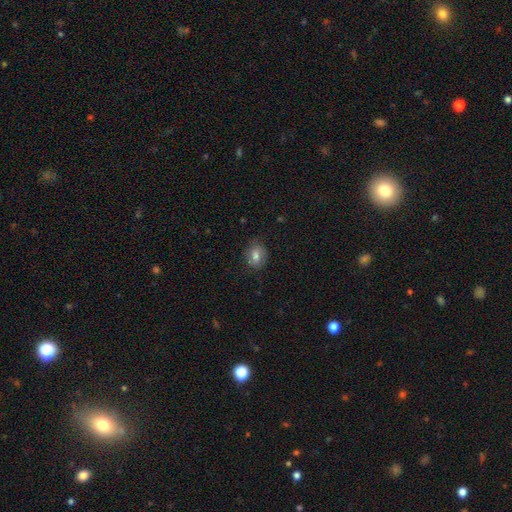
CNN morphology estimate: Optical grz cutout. It shows a smooth galaxy with no disk features (74%) that is in between round and cigar-shaped (58%). Merging: none (77%).